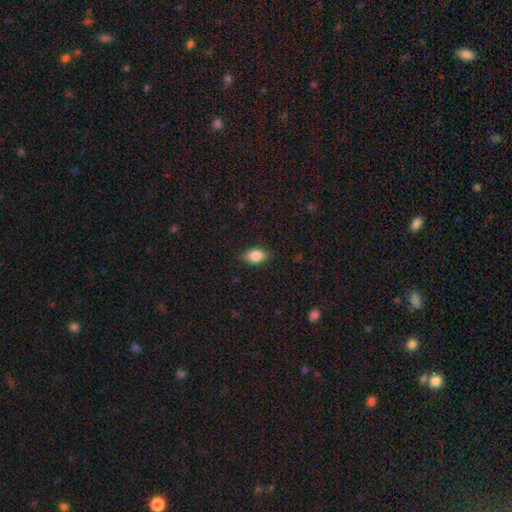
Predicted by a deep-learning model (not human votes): smooth 83%, featured or disk 9%, star or artifact 8%. Down the decision tree: how rounded — in between (86%); merging — none (82%).